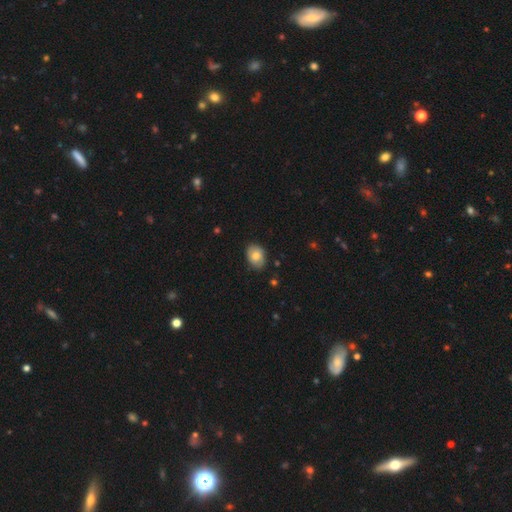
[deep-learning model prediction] Smooth or featured: smooth — 76% (featured or disk — 16%)
How rounded: in between — 74% (round — 25%)
Merging: none — 79% (minor disturbance — 17%)